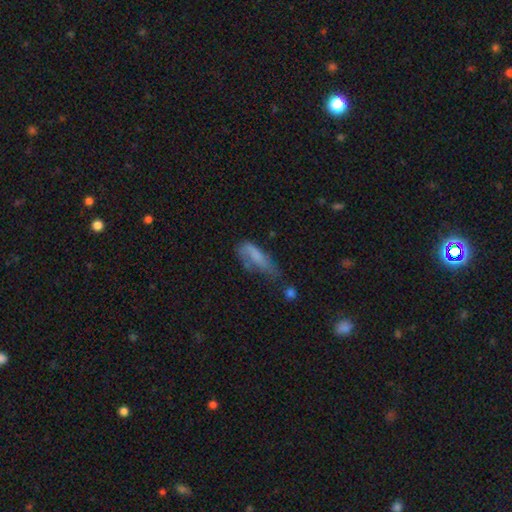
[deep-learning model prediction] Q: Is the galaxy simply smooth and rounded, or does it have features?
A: smooth — 68%.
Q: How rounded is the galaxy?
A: in between — 56%.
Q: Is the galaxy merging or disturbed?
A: minor disturbance — 33%.